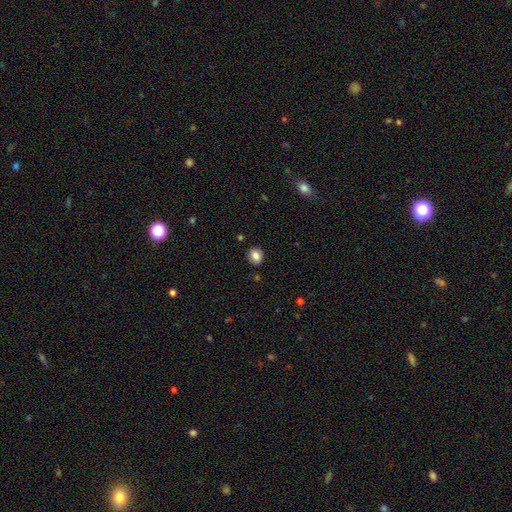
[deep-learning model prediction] Smooth or featured? smooth (84%)
How rounded? round (58%)
Merging? none (87%)